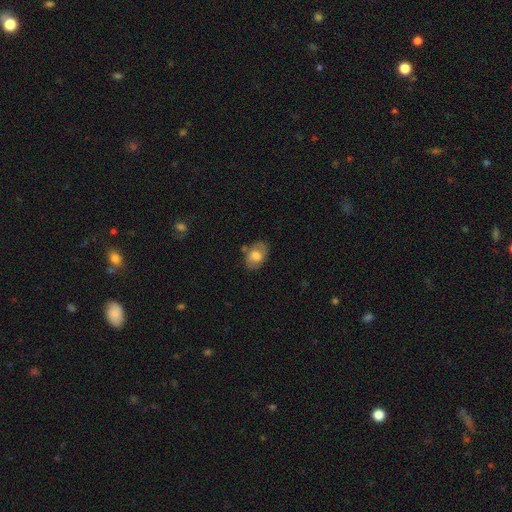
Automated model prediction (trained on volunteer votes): Smooth or featured?
  - smooth: 62% *
  - featured or disk: 30%
  - star or artifact: 7%
How rounded?
  - in between: 80% *
  - round: 19%
  - cigar-shaped: 1%
Merging?
  - none: 70% *
  - minor disturbance: 20%
  - major disturbance: 5%
  - merger: 5%